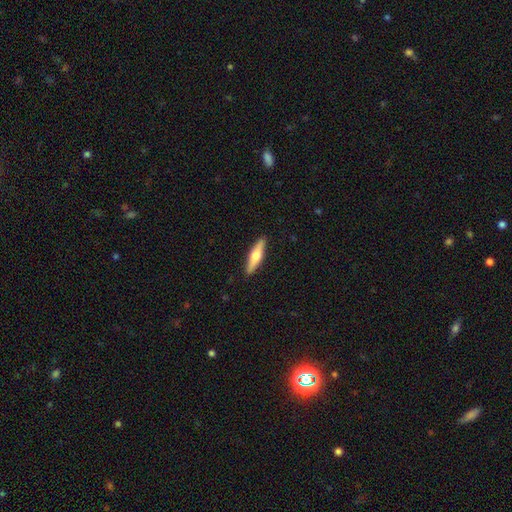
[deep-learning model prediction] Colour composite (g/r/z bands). It shows a smooth galaxy with no disk features (48%). Merging: none (91%).